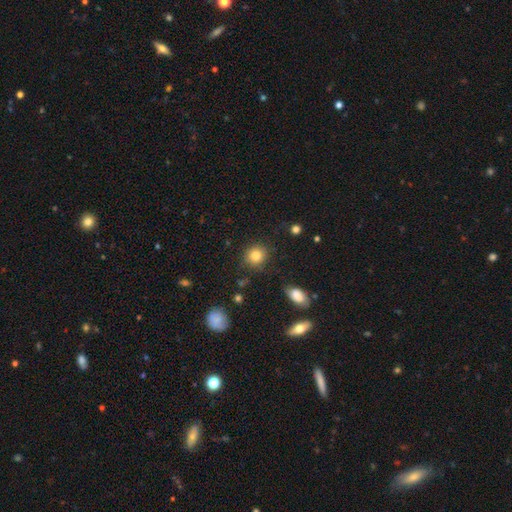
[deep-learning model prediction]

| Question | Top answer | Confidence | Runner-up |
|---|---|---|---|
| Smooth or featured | smooth | 83% | star or artifact (10%) |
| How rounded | round | 83% | in between (16%) |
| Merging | none | 83% | minor disturbance (11%) |